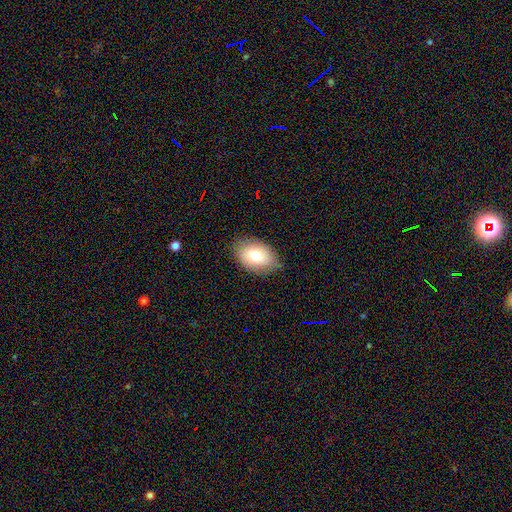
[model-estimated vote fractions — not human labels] smooth-or-featured: smooth: 75% | featured or disk: 17% | star or artifact: 8%
  how-rounded: in between: 86% | round: 12% | cigar-shaped: 1%
  merging: none: 80% | minor disturbance: 16% | major disturbance: 3% | merger: 1%